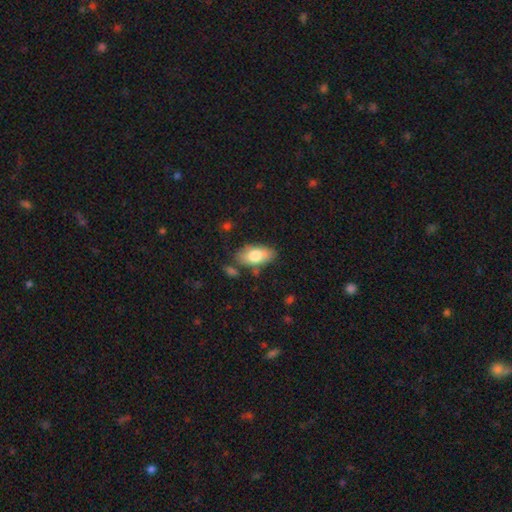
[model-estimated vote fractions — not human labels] Smooth or featured? Predicted: smooth (p=0.74). How rounded? Predicted: in between (p=0.92). Merging? Predicted: none (p=0.74).